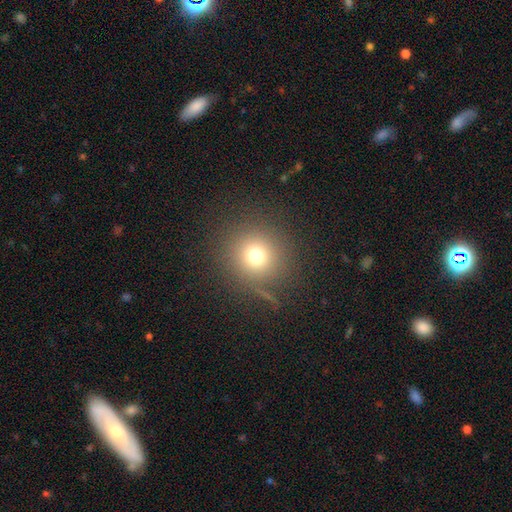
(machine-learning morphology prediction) smooth 73%, star or artifact 17%, featured or disk 10%. Down the decision tree: how rounded — round (94%); merging — none (85%).